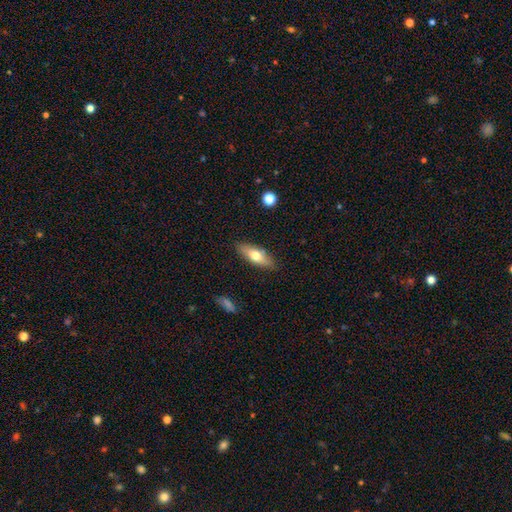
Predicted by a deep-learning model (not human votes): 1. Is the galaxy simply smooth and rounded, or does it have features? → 64% smooth, 30% featured or disk, 6% star or artifact.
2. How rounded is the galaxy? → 61% in between, 36% cigar-shaped, 3% round.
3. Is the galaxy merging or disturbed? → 85% none, 11% minor disturbance, 2% major disturbance, 2% merger.